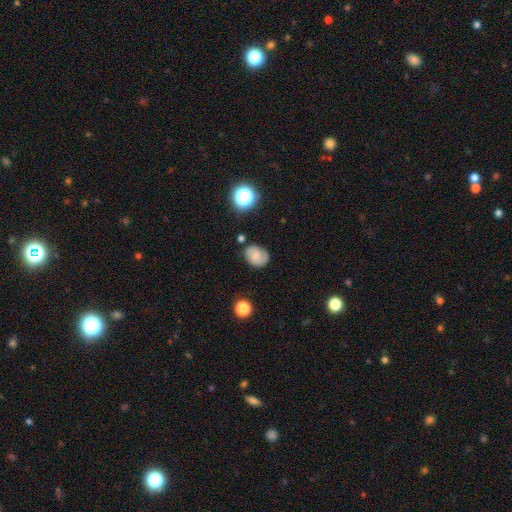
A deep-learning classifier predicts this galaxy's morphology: Smooth or featured: smooth — 59% (featured or disk — 30%)
How rounded: in between — 59% (round — 40%)
Merging: none — 74% (minor disturbance — 19%)